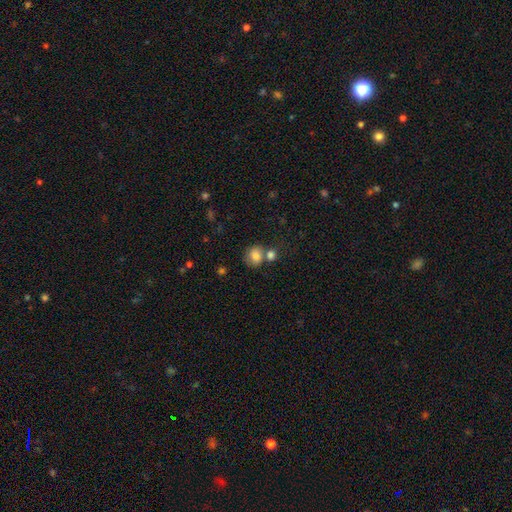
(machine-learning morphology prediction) The model was most divided on "merging": none: 50%, merger: 32%, minor disturbance: 13%, major disturbance: 5%. More confident: smooth or featured — smooth (82%); how rounded — round (72%).